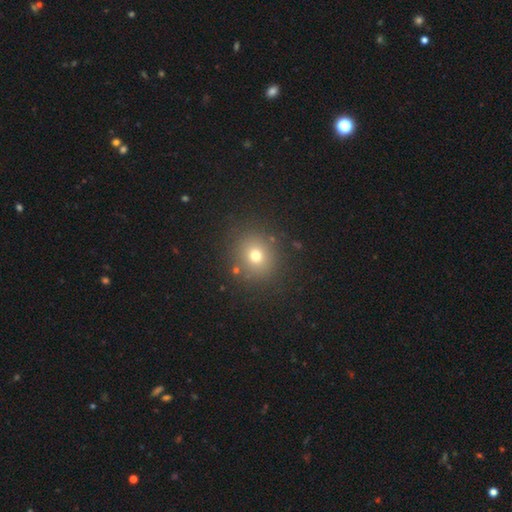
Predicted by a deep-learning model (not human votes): Smooth or featured?
  - smooth: 72% *
  - star or artifact: 18%
  - featured or disk: 11%
How rounded?
  - round: 83% *
  - in between: 17%
  - cigar-shaped: 1%
Merging?
  - none: 87% *
  - minor disturbance: 7%
  - major disturbance: 3%
  - merger: 2%